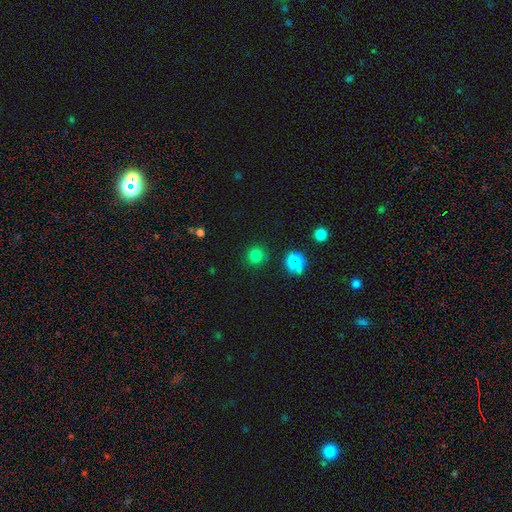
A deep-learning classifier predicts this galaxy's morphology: This is likely a smooth galaxy (78%). How rounded: clearly round (92%). Merging: clearly none (88%).